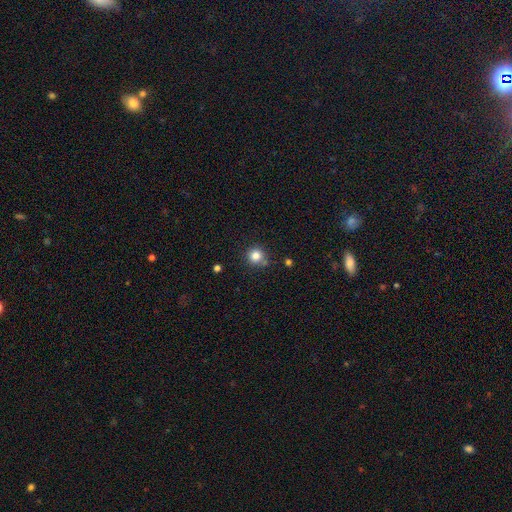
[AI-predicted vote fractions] Overall: smooth (83%). How rounded: round (93%). Merging: none (79%).